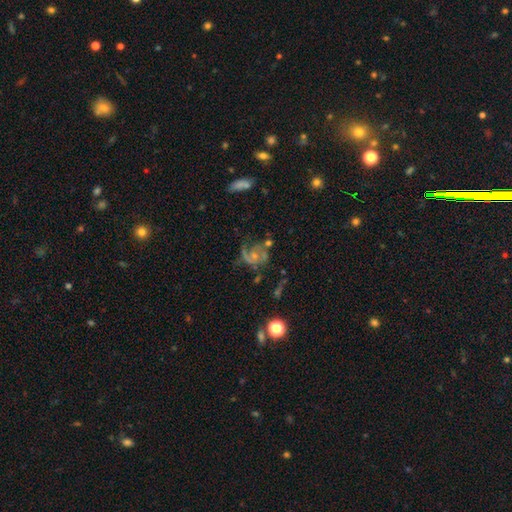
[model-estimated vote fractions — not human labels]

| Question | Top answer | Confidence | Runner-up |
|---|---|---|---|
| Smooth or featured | featured or disk | 66% | smooth (22%) |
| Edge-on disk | no | 98% | yes (2%) |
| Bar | no | 76% | weak (20%) |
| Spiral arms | yes | 77% | no (23%) |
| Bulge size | small | 48% | moderate (36%) |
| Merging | none | 35% | major disturbance (32%) |